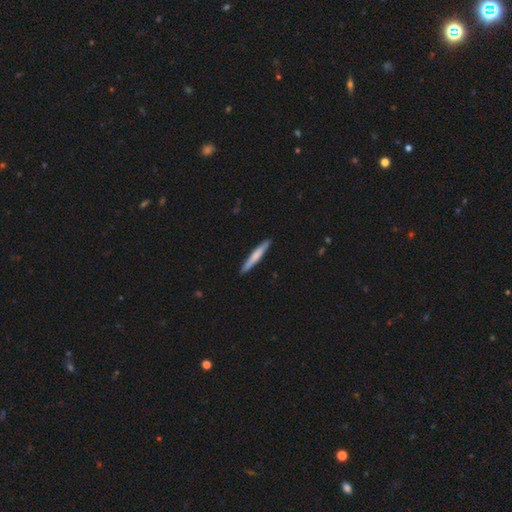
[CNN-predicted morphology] Q: Smooth or featured?
A: smooth (66%); runner-up: featured or disk (30%)
Q: How rounded?
A: cigar-shaped (95%); runner-up: in between (3%)
Q: Merging?
A: none (90%); runner-up: minor disturbance (8%)